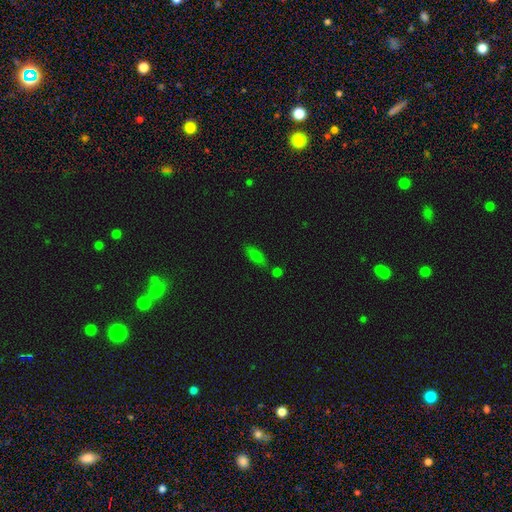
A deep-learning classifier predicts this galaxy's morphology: Smooth or featured?
  - smooth: 72% *
  - featured or disk: 14%
  - star or artifact: 14%
How rounded?
  - in between: 67% *
  - cigar-shaped: 29%
  - round: 4%
Merging?
  - none: 72% *
  - minor disturbance: 14%
  - merger: 11%
  - major disturbance: 4%